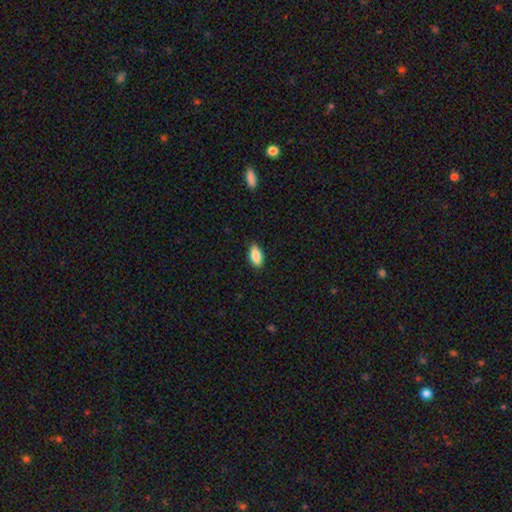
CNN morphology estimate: A smooth galaxy with no disk features (88%) that is in between round and cigar-shaped (90%). Merging: none (89%).